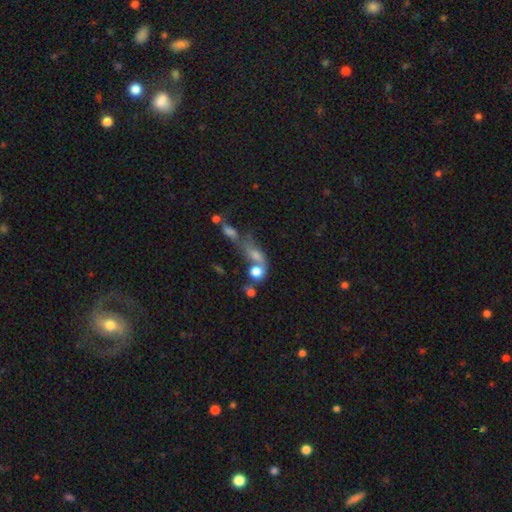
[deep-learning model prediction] Smooth or featured?
  - smooth: 42% *
  - featured or disk: 36%
  - star or artifact: 22%
Merging?
  - merger: 50% *
  - none: 22%
  - major disturbance: 18%
  - minor disturbance: 10%